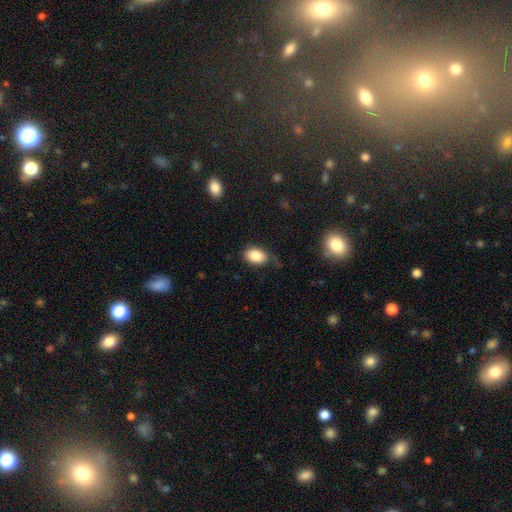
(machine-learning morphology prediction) Q: Smooth or featured?
A: smooth (85%); runner-up: star or artifact (8%)
Q: How rounded?
A: in between (89%); runner-up: round (10%)
Q: Merging?
A: none (69%); runner-up: minor disturbance (22%)